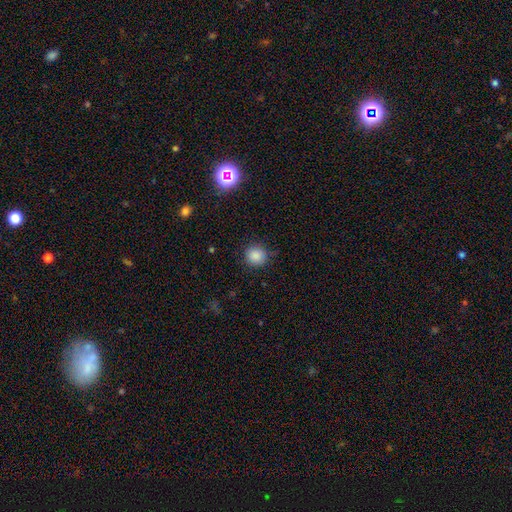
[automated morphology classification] Smooth or featured? smooth (86%)
How rounded? round (92%)
Merging? none (87%)